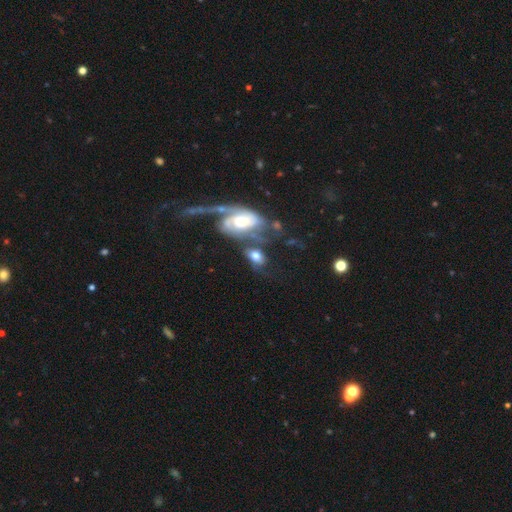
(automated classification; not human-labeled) Smooth or featured?
  - featured or disk: 47% *
  - smooth: 44%
  - star or artifact: 9%
Merging?
  - merger: 38% *
  - none: 30%
  - major disturbance: 17%
  - minor disturbance: 15%